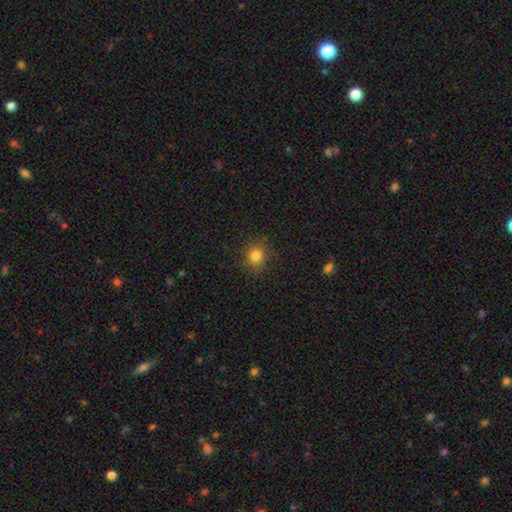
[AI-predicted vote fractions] Overall: smooth (81%). How rounded: round (86%). Merging: none (87%).